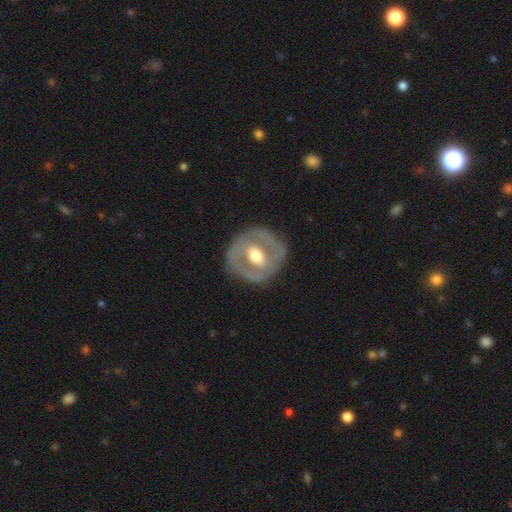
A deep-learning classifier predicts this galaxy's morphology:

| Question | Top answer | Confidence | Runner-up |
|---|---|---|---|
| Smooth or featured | featured or disk | 68% | smooth (27%) |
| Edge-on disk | no | 95% | yes (5%) |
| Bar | weak | 38% | no (35%) |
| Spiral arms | no | 65% | yes (35%) |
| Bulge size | moderate | 69% | large (21%) |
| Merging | none | 80% | minor disturbance (13%) |